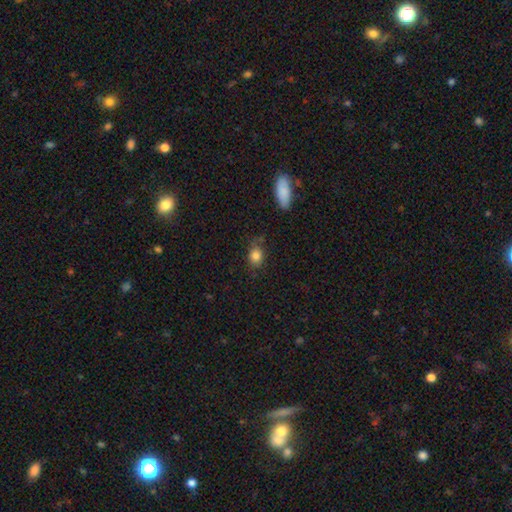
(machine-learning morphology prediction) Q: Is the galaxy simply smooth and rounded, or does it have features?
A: smooth — 83%.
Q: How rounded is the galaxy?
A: round — 49%, tied with in between.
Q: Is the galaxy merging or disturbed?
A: none — 68%.